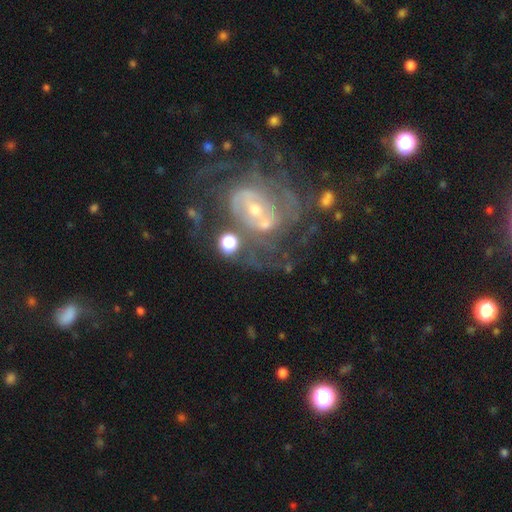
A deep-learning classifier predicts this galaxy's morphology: smooth_or_featured: featured or disk (p=0.82) [alt: star or artifact p=0.11]
disk_edge_on: no (p=0.97) [alt: yes p=0.03]
bar: no (p=0.48) [alt: weak p=0.37]
has_spiral_arms: yes (p=0.90) [alt: no p=0.10]
spiral_winding: tight (p=0.53) [alt: medium p=0.35]
spiral_arm_count: can't tell (p=0.37) [alt: 2 p=0.25]
bulge_size: small (p=0.64) [alt: moderate p=0.29]
merging: none (p=0.49) [alt: major disturbance p=0.19]